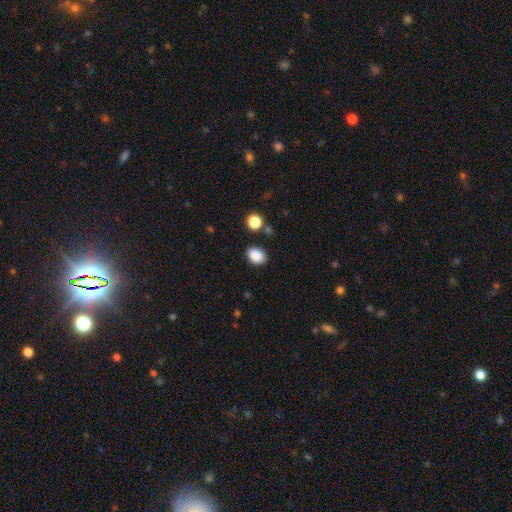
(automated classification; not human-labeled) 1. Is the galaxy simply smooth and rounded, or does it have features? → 88% smooth, 9% star or artifact, 3% featured or disk.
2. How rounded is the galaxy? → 73% in between, 26% round, 1% cigar-shaped.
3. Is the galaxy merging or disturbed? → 85% none, 10% minor disturbance, 3% merger, 3% major disturbance.